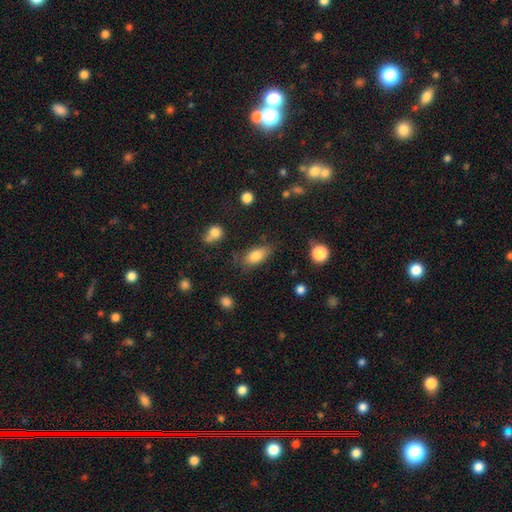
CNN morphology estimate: smooth-or-featured: smooth: 80% | featured or disk: 11% | star or artifact: 8%
  how-rounded: in between: 85% | cigar-shaped: 9% | round: 5%
  merging: none: 72% | minor disturbance: 18% | major disturbance: 5% | merger: 4%